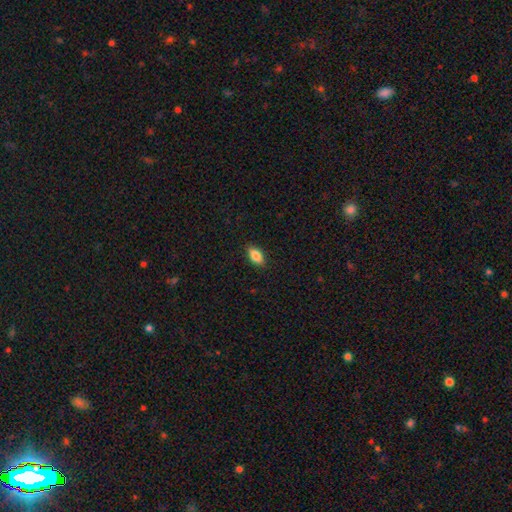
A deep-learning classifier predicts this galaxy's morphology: Smooth or featured: smooth — 87% (star or artifact — 7%)
How rounded: in between — 91% (cigar-shaped — 4%)
Merging: none — 89% (minor disturbance — 8%)